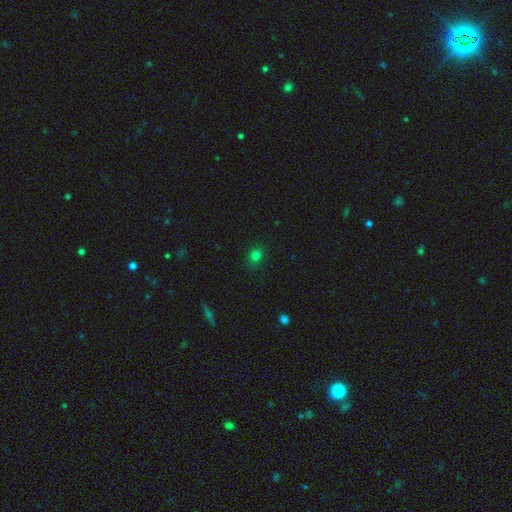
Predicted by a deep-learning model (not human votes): The model was most divided on "how rounded": round: 64%, in between: 35%, cigar-shaped: 1%. More confident: merging — none (84%); smooth or featured — smooth (78%).